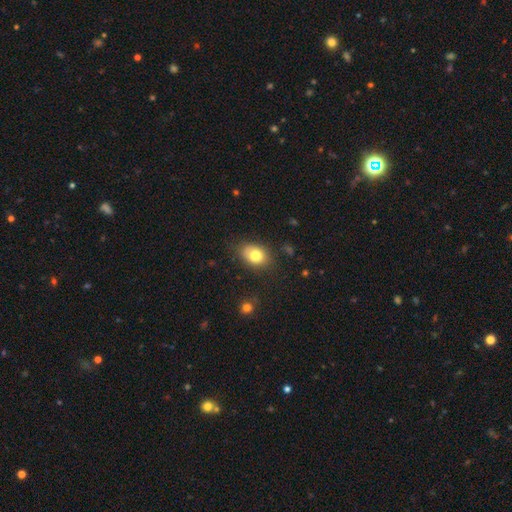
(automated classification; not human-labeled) This appears to be a smooth galaxy with no disk features (78%) that is in between round and cigar-shaped (66%). Merging: none (75%).